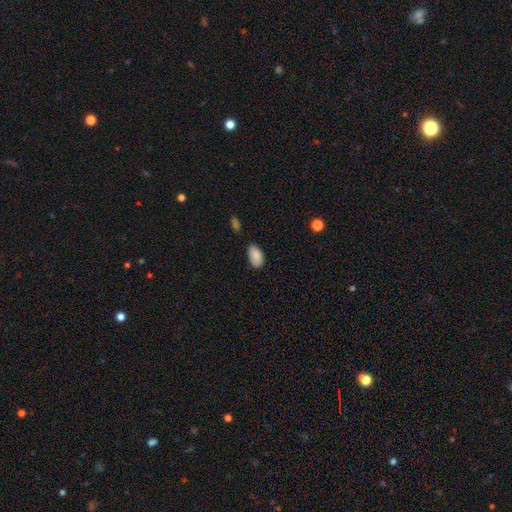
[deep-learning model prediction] Morphology: type=smooth (85%); roundness=in between (94%); merging=none (73%).